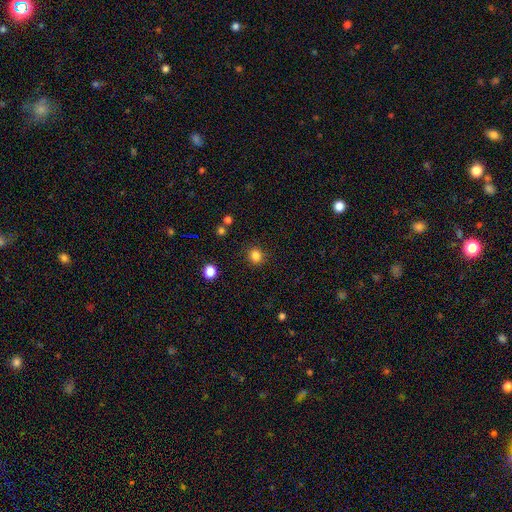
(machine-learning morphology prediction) Overall: smooth (83%). How rounded: round (81%). Merging: none (87%).